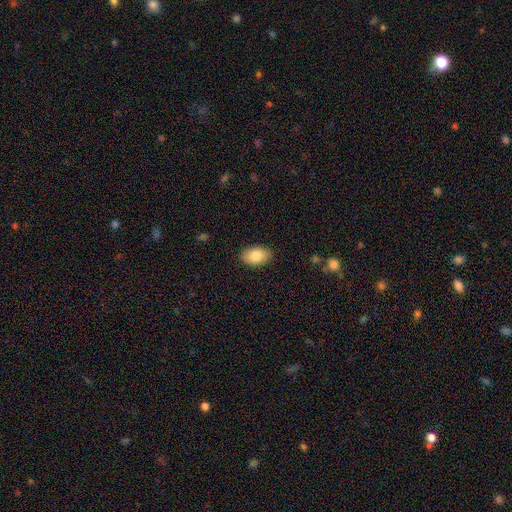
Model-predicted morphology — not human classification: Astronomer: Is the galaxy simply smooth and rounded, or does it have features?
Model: smooth — 85%.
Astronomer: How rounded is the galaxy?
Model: in between — 90%.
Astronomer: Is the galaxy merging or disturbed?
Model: none — 87%.